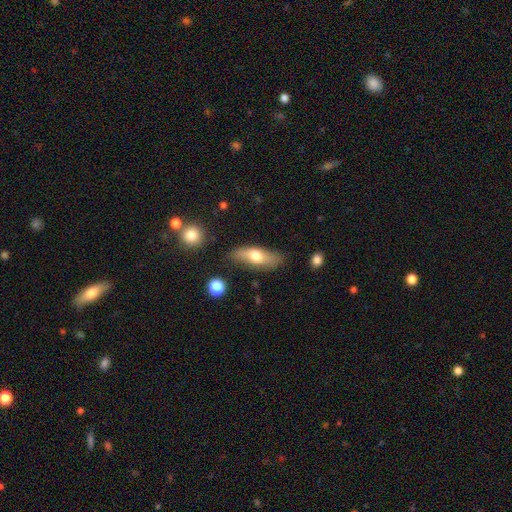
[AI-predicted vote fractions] smooth_or_featured: smooth (p=0.62) [alt: featured or disk p=0.32]
how_rounded: in between (p=0.61) [alt: cigar-shaped p=0.36]
merging: none (p=0.75) [alt: minor disturbance p=0.18]